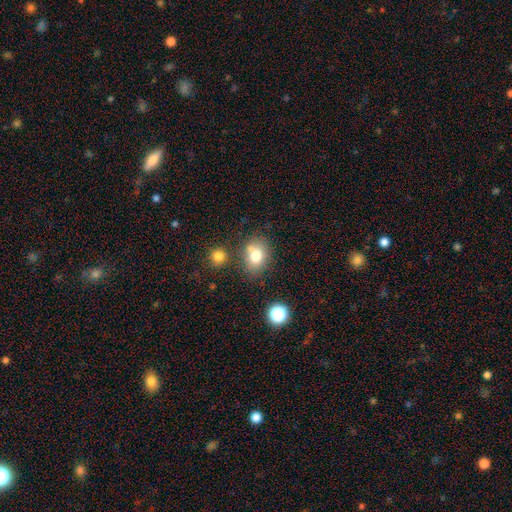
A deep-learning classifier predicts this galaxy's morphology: Smooth or featured: smooth — 77% (featured or disk — 12%)
How rounded: in between — 58% (round — 41%)
Merging: none — 62% (minor disturbance — 18%)